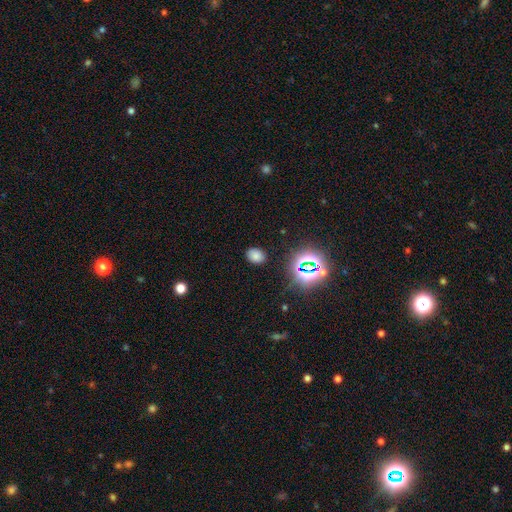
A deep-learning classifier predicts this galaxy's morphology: Smooth or featured: smooth — 71% (star or artifact — 23%)
How rounded: in between — 64% (round — 35%)
Merging: none — 86% (minor disturbance — 10%)